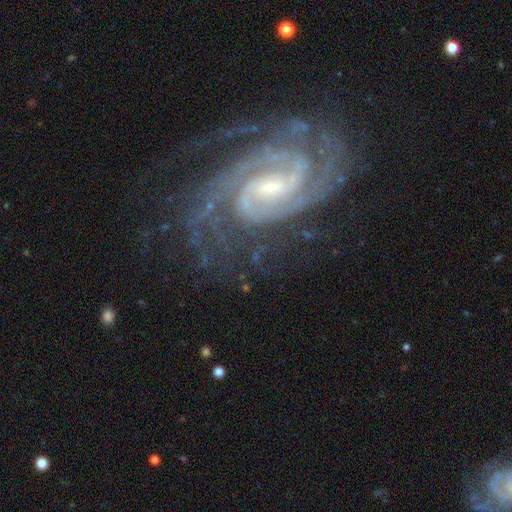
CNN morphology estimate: Q: Smooth or featured?
A: featured or disk (93%); runner-up: star or artifact (5%)
Q: Edge-on disk?
A: no (97%); runner-up: yes (3%)
Q: Bar?
A: weak (51%); runner-up: strong (25%)
Q: Spiral arms?
A: yes (99%); runner-up: no (1%)
Q: Spiral winding?
A: tight (65%); runner-up: medium (31%)
Q: Spiral arm count?
A: 2 (47%); runner-up: 3 (19%)
Q: Bulge size?
A: small (59%); runner-up: moderate (33%)
Q: Merging?
A: none (73%); runner-up: minor disturbance (17%)